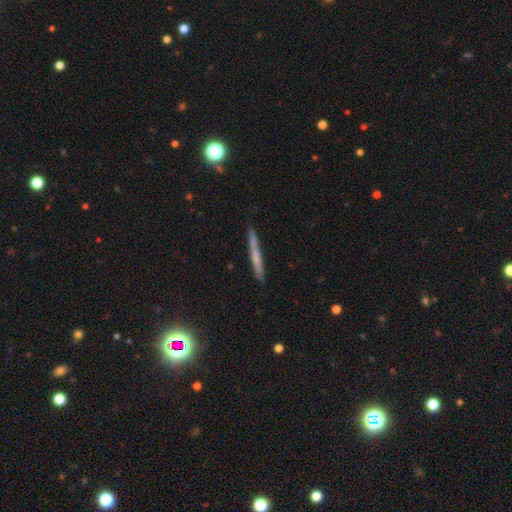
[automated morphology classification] The model was most divided on "smooth or featured": smooth: 47%, featured or disk: 45%, star or artifact: 9%. More confident: merging — none (85%).